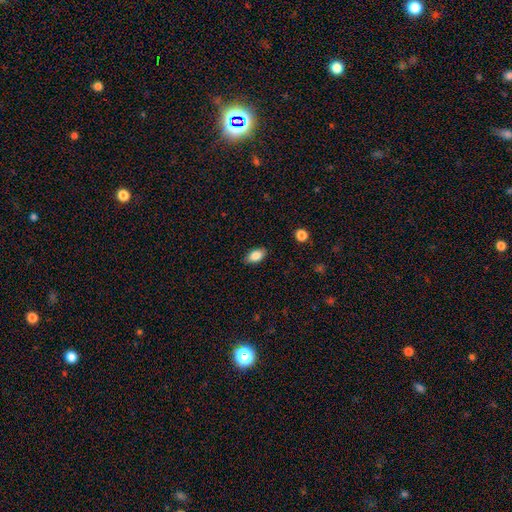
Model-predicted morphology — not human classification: Smooth or featured?
  - smooth: 85% *
  - star or artifact: 8%
  - featured or disk: 7%
How rounded?
  - in between: 91% *
  - round: 7%
  - cigar-shaped: 3%
Merging?
  - none: 85% *
  - minor disturbance: 12%
  - major disturbance: 2%
  - merger: 1%